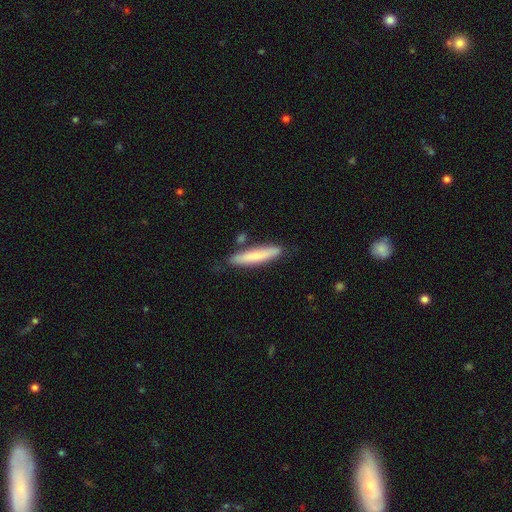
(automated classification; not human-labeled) Smooth or featured? smooth (74%)
How rounded? cigar-shaped (90%)
Merging? none (78%)